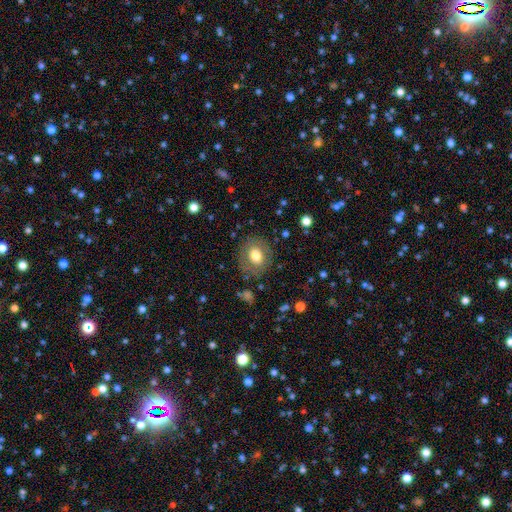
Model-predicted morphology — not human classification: smooth 68%, featured or disk 24%, star or artifact 9%. Down the decision tree: how rounded — round (70%); merging — none (81%).